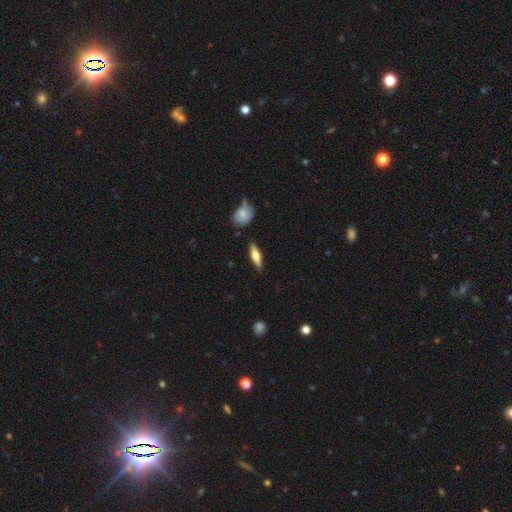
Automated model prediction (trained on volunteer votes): A smooth galaxy with no disk features (55%) that is cigar-shaped (53%). Merging: none (85%).